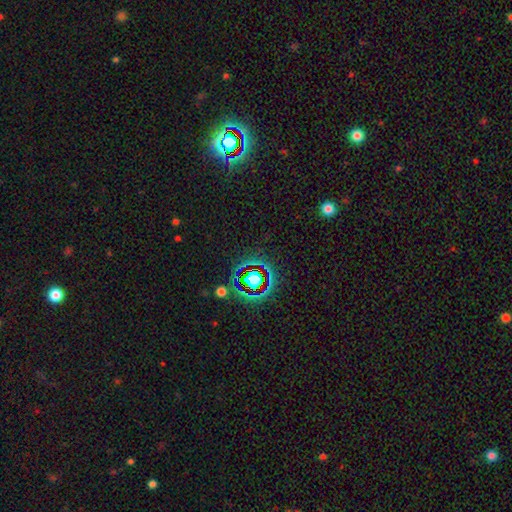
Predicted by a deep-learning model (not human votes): Smooth or featured: star or artifact — 68% (smooth — 16%)